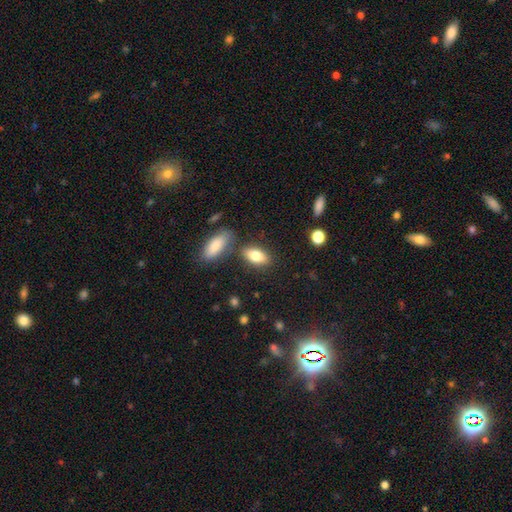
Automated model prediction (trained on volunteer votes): smooth 80%, featured or disk 12%, star or artifact 7%. Down the decision tree: how rounded — in between (88%); merging — none (75%).